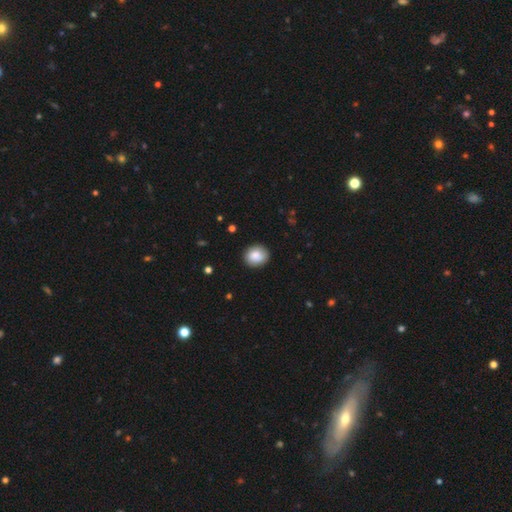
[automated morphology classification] smooth 87%, star or artifact 7%, featured or disk 6%. Down the decision tree: how rounded — round (71%); merging — none (89%).